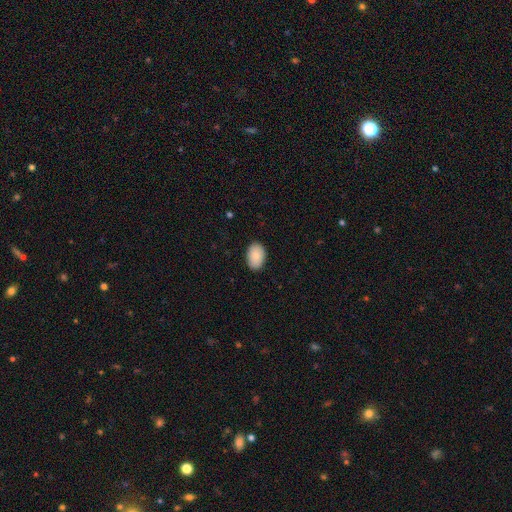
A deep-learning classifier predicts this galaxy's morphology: This is clearly a smooth galaxy (85%). How rounded: clearly in between (88%). Merging: clearly none (88%).